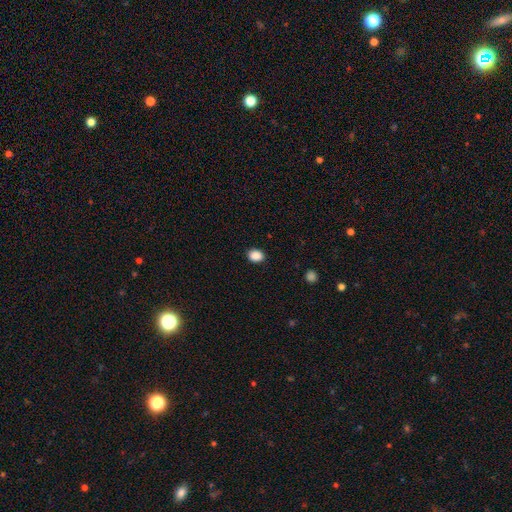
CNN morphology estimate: The model was most divided on "how rounded": in between: 57%, round: 43%, cigar-shaped: 1%. More confident: merging — none (89%); smooth or featured — smooth (89%).